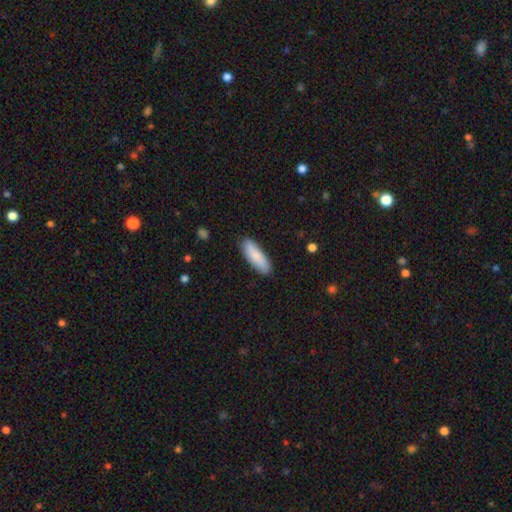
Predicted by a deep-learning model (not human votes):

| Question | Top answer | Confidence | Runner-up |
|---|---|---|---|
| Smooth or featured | smooth | 84% | featured or disk (11%) |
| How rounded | in between | 51% | cigar-shaped (47%) |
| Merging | none | 88% | minor disturbance (9%) |